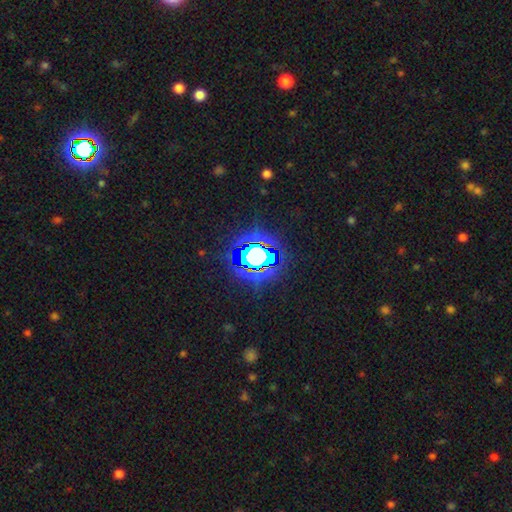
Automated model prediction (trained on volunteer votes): A star or artifact, not a galaxy (71%).